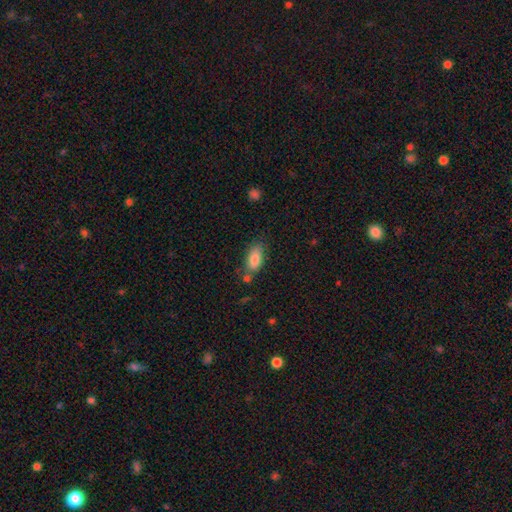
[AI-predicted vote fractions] smooth-or-featured: smooth: 80% | featured or disk: 10% | star or artifact: 10%
  how-rounded: in between: 84% | cigar-shaped: 12% | round: 4%
  merging: none: 68% | minor disturbance: 17% | merger: 10% | major disturbance: 5%